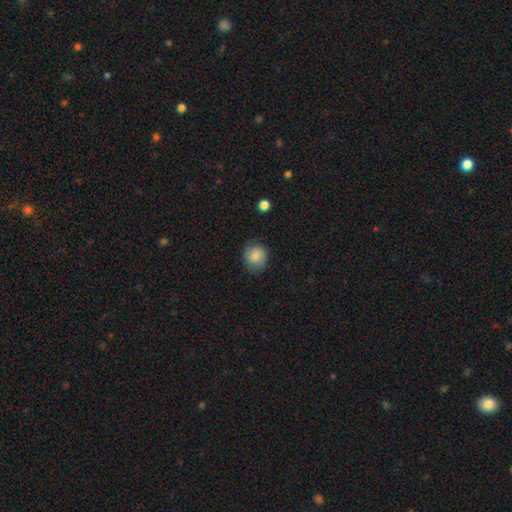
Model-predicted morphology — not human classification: Overall: smooth (79%). How rounded: round (83%). Merging: none (77%).